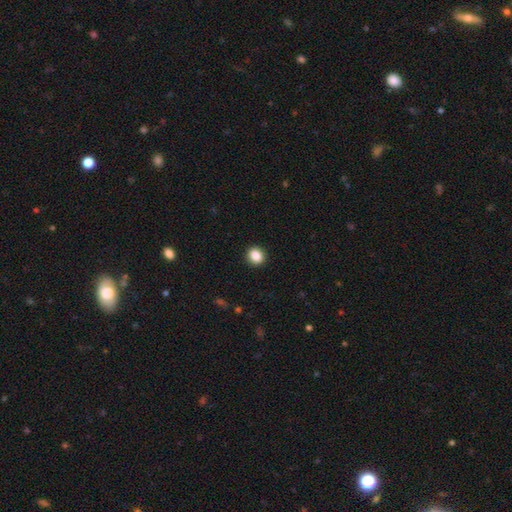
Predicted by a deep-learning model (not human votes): A smooth galaxy with no disk features (87%) that is round (73%).

Vote fractions:
- Smooth or featured? smooth: 87% / star or artifact: 9% / featured or disk: 4%
- How rounded? round: 73% / in between: 26% / cigar-shaped: 1%
- Merging? none: 91% / minor disturbance: 6% / major disturbance: 2% / merger: 1%